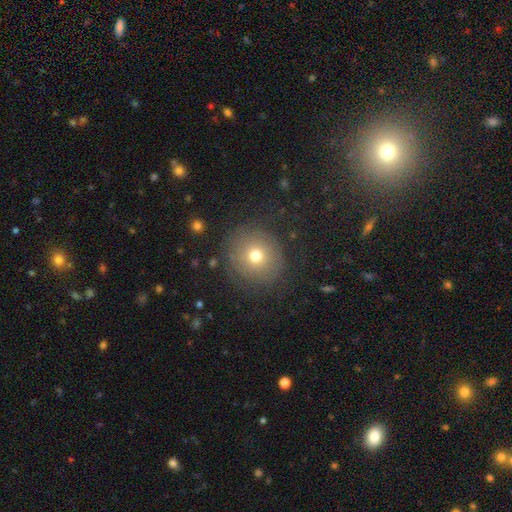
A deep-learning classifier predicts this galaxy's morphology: Smooth or featured: smooth — 63% (featured or disk — 23%)
How rounded: round — 90% (in between — 9%)
Merging: none — 81% (minor disturbance — 11%)